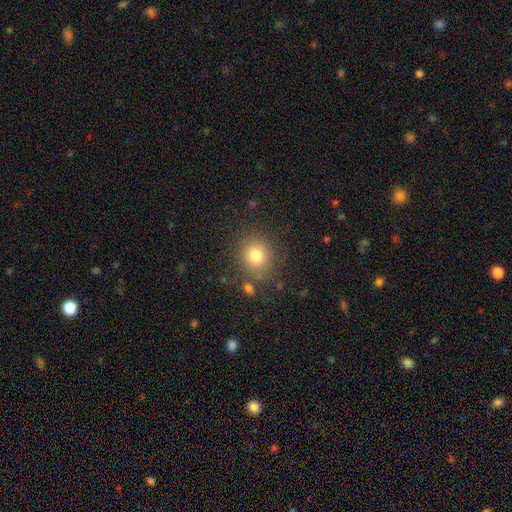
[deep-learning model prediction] A smooth galaxy with no disk features (79%) that is round (78%). Merging: none (81%).